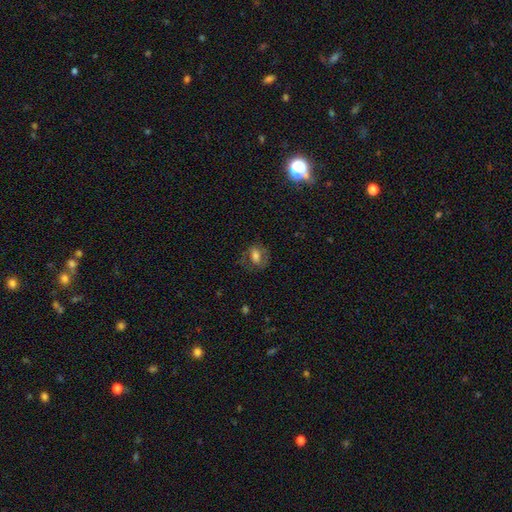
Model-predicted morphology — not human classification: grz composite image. It shows a smooth galaxy with no disk features (59%) that is in between round and cigar-shaped (76%). Merging: none (62%).